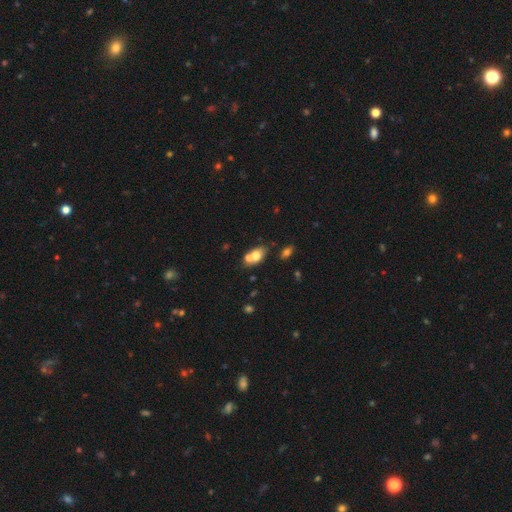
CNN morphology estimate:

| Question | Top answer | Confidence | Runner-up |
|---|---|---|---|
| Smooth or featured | smooth | 70% | featured or disk (19%) |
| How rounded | in between | 72% | round (26%) |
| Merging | merger | 48% | none (37%) |